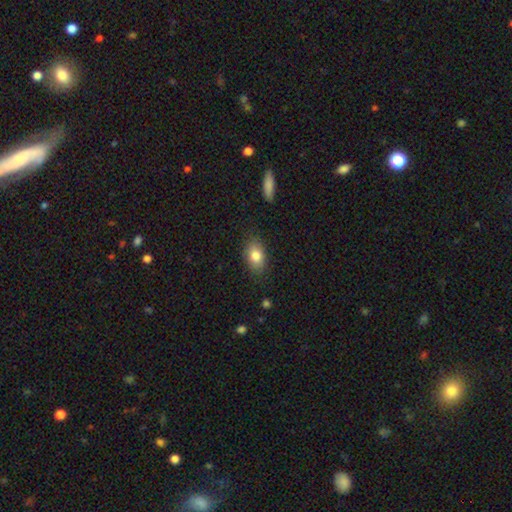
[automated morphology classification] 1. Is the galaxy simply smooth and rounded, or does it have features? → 82% smooth, 11% featured or disk, 8% star or artifact.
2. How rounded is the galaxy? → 86% in between, 12% round, 2% cigar-shaped.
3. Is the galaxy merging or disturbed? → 84% none, 12% minor disturbance, 3% major disturbance, 1% merger.